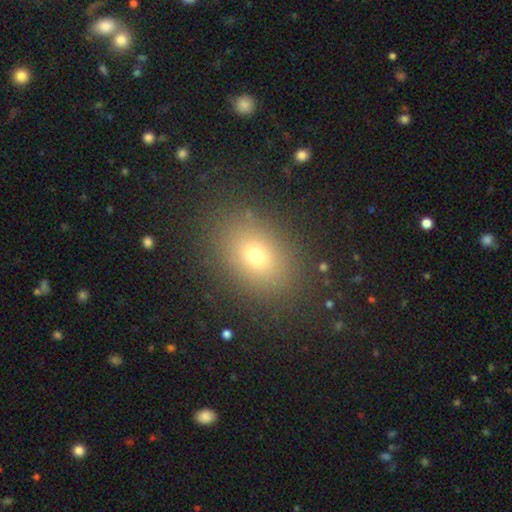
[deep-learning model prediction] A smooth galaxy with no disk features (69%) that is in between round and cigar-shaped (66%).

Vote fractions:
- Smooth or featured? smooth: 69% / star or artifact: 18% / featured or disk: 12%
- How rounded? in between: 66% / round: 32% / cigar-shaped: 1%
- Merging? none: 87% / minor disturbance: 8% / major disturbance: 4% / merger: 1%